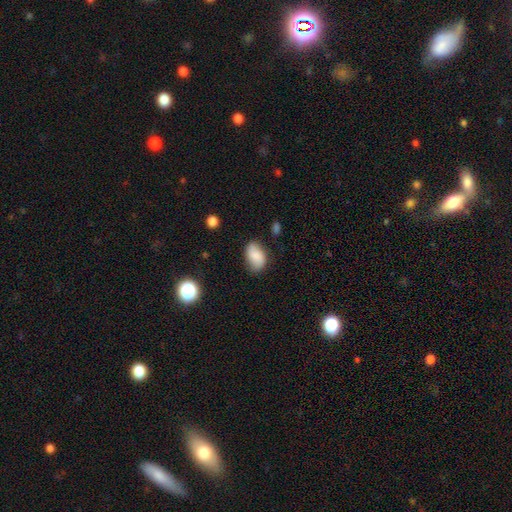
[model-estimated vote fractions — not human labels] This appears to be a smooth galaxy with no disk features (71%) that is in between round and cigar-shaped (88%). Merging: none (73%).